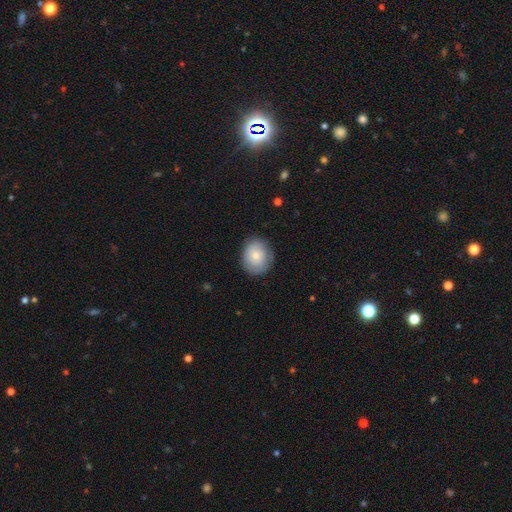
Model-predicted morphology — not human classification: The model was most divided on "how rounded": round: 65%, in between: 34%, cigar-shaped: 1%. More confident: merging — none (82%); smooth or featured — smooth (73%).